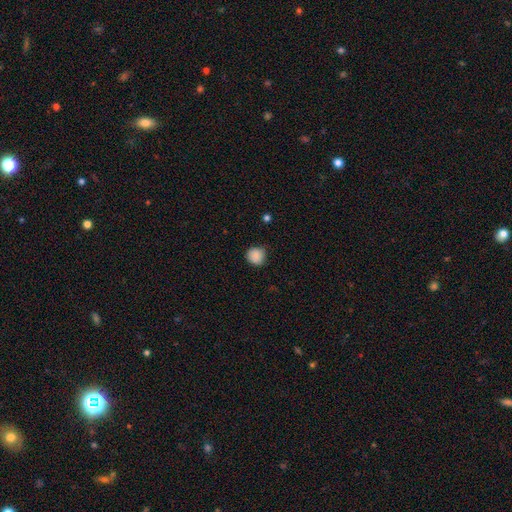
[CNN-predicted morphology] This appears to be a smooth galaxy with no disk features (87%) that is round (90%). Merging: none (80%).